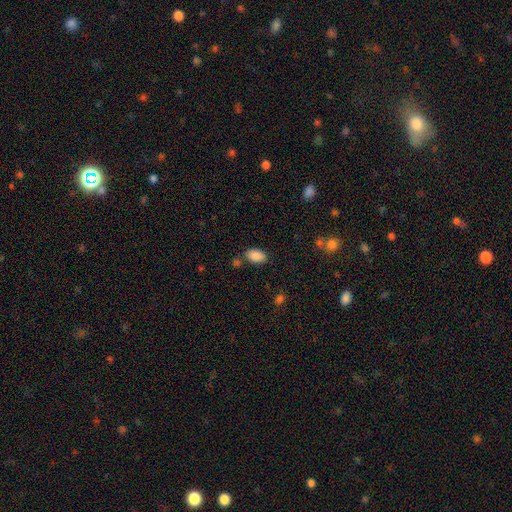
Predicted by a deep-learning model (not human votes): Smooth or featured? Predicted: smooth (p=0.88). How rounded? Predicted: in between (p=0.93). Merging? Predicted: none (p=0.76).